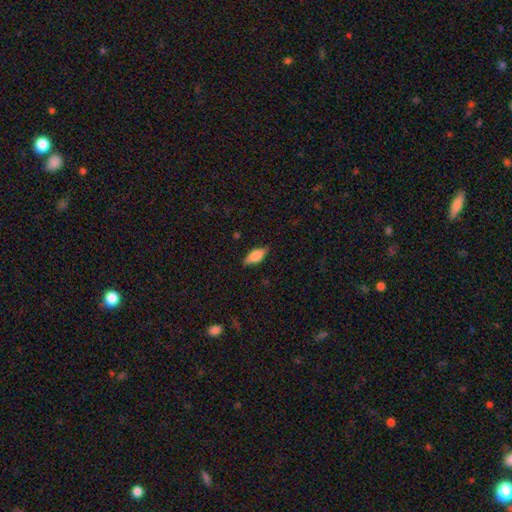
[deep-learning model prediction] Smooth or featured? smooth (72%)
How rounded? in between (77%)
Merging? none (83%)